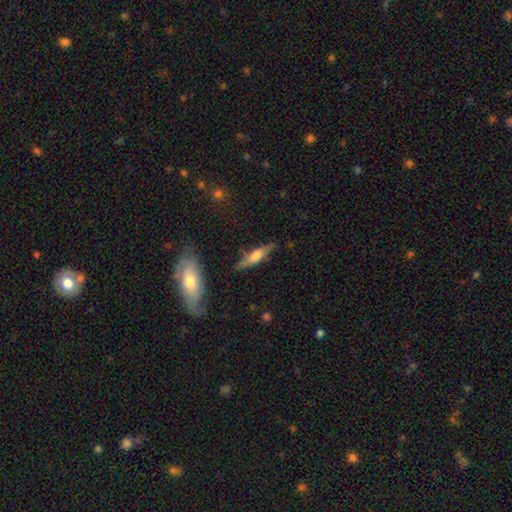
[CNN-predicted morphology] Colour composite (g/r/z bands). It shows a featured or disk galaxy (51%) viewed edge-on (91%). Merging: none (78%).